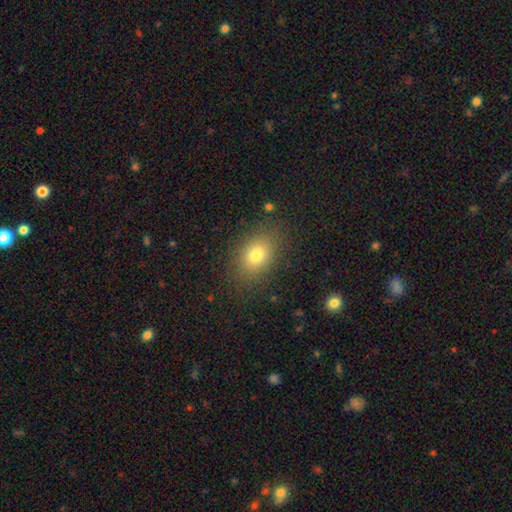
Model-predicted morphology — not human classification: Overall: smooth (77%). How rounded: in between (71%). Merging: none (83%).